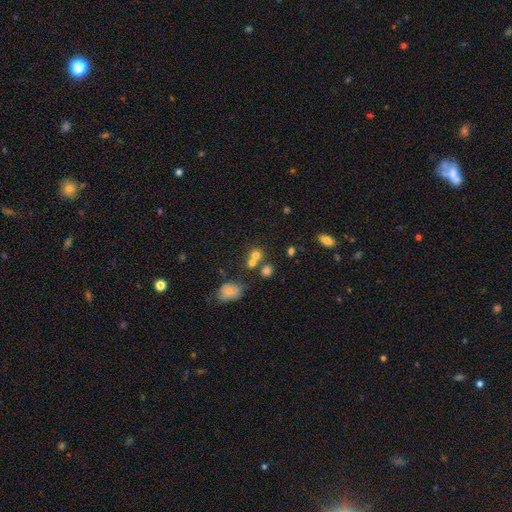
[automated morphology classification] Q: Smooth or featured?
A: smooth (70%); runner-up: star or artifact (16%)
Q: How rounded?
A: round (78%); runner-up: in between (20%)
Q: Merging?
A: none (46%); runner-up: merger (41%)